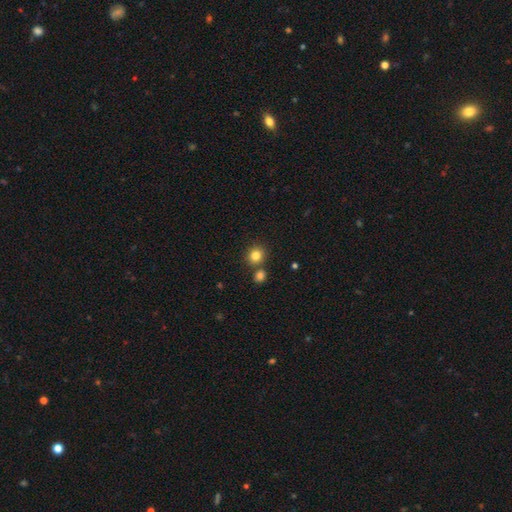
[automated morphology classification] The model was most divided on "merging": none: 74%, merger: 17%, minor disturbance: 7%, major disturbance: 2%. More confident: how rounded — round (88%); smooth or featured — smooth (82%).